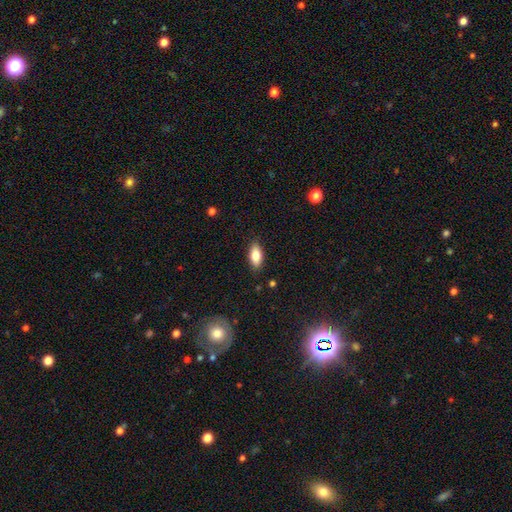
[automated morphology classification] smooth 82%, featured or disk 11%, star or artifact 7%. Down the decision tree: how rounded — in between (86%); merging — none (87%).